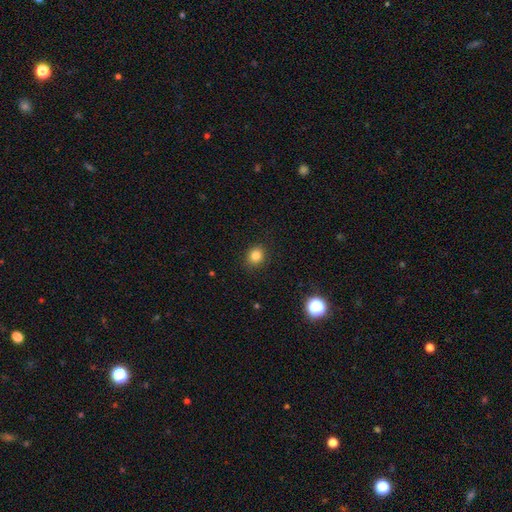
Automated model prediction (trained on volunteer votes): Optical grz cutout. It shows a smooth galaxy with no disk features (83%) that is round (73%). Merging: none (88%).